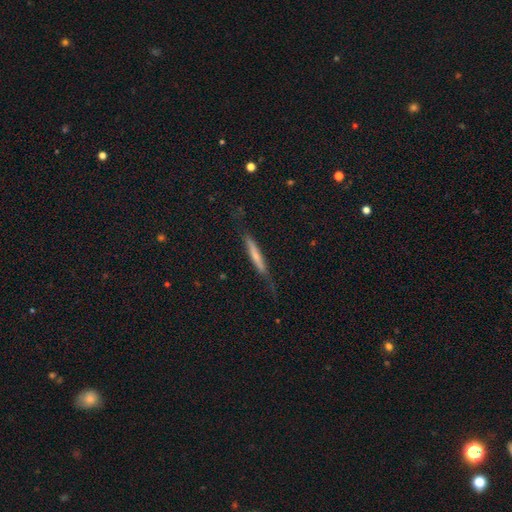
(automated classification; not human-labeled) Q: Smooth or featured?
A: smooth (50%); runner-up: featured or disk (44%)
Q: Merging?
A: none (63%); runner-up: minor disturbance (26%)